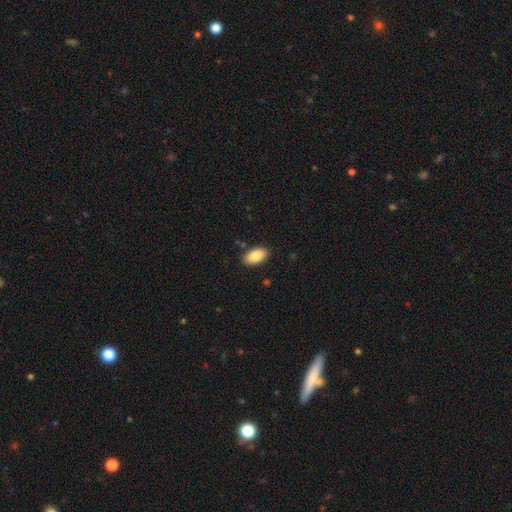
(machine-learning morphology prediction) smooth 85%, featured or disk 8%, star or artifact 7%. Down the decision tree: how rounded — in between (94%); merging — none (87%).